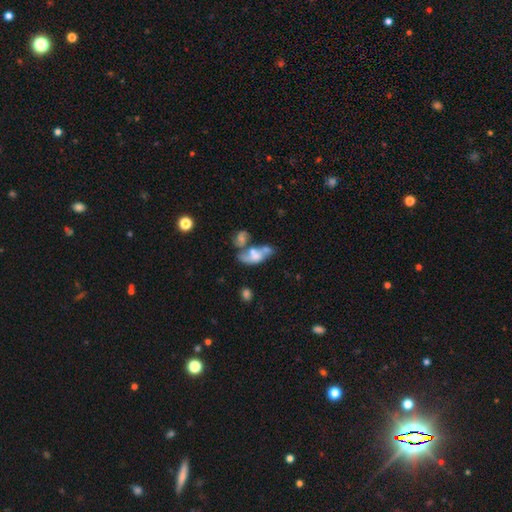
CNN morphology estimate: type=featured or disk (45%); merging=merger (53%).